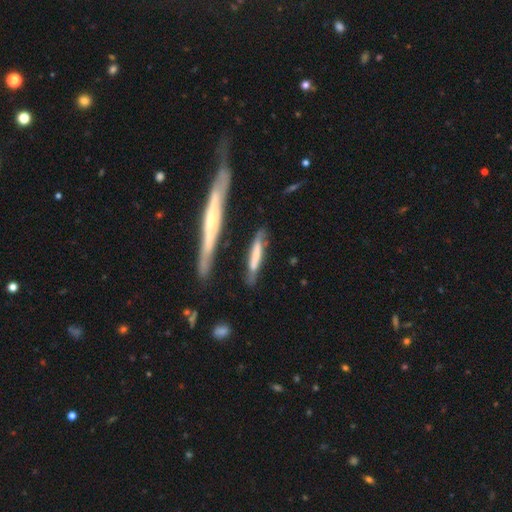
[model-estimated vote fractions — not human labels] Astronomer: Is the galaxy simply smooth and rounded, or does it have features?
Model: smooth — 49% (runner-up: featured or disk, 45%).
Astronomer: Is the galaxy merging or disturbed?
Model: none — 68%.